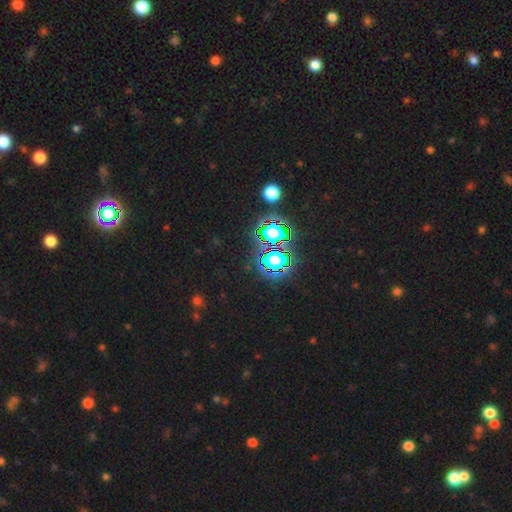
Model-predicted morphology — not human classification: Smooth or featured? star or artifact (82%)